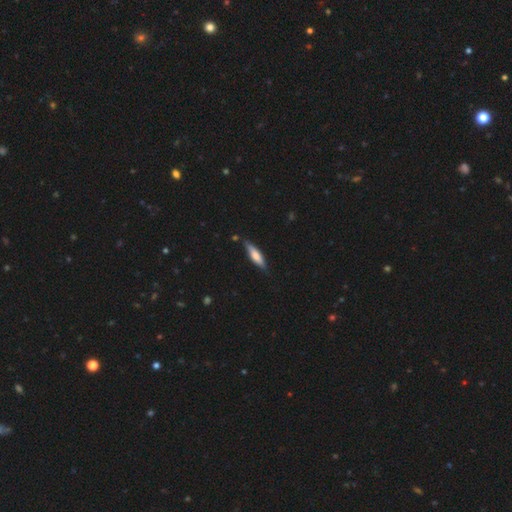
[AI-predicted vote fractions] A smooth galaxy with no disk features (66%) that is cigar-shaped (69%). Merging: none (77%).